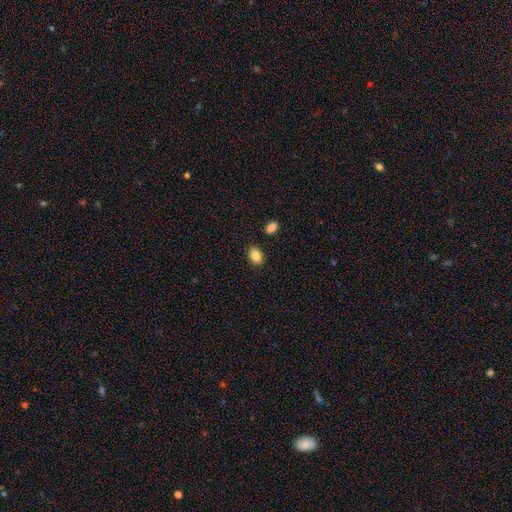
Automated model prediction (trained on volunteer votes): Q: Smooth or featured?
A: smooth (87%); runner-up: star or artifact (8%)
Q: How rounded?
A: in between (84%); runner-up: round (15%)
Q: Merging?
A: none (87%); runner-up: minor disturbance (8%)